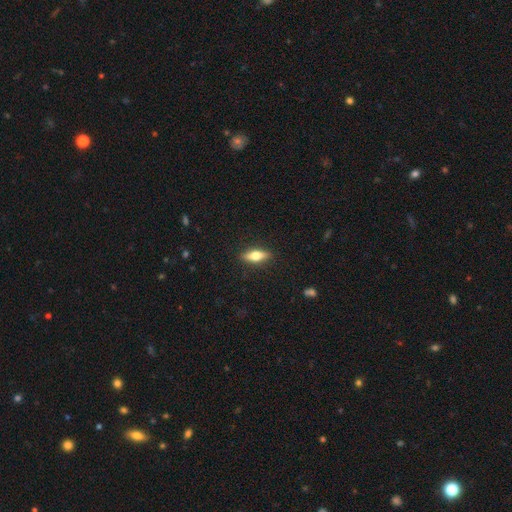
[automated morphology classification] smooth 54%, featured or disk 40%, star or artifact 6%. Down the decision tree: how rounded — in between (54%); merging — none (89%).